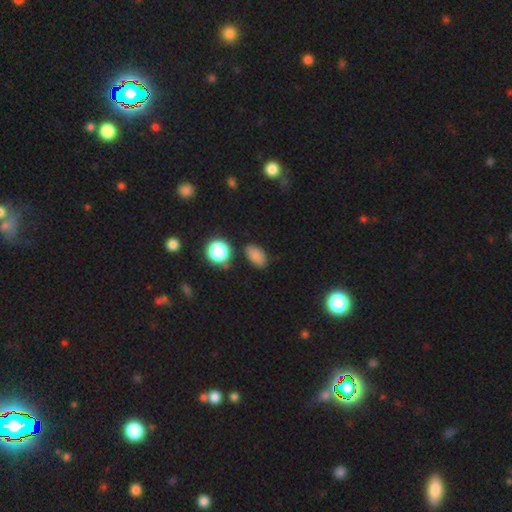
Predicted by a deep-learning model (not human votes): This is likely a smooth galaxy (80%). How rounded: clearly in between (87%). Merging: likely none (79%).